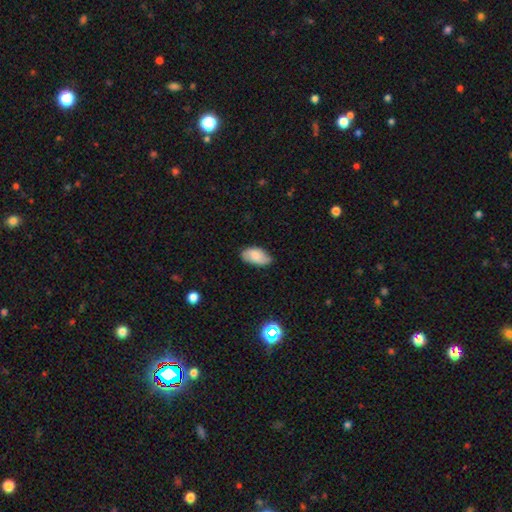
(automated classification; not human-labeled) smooth 74%, featured or disk 18%, star or artifact 8%. Down the decision tree: how rounded — in between (94%); merging — none (71%).